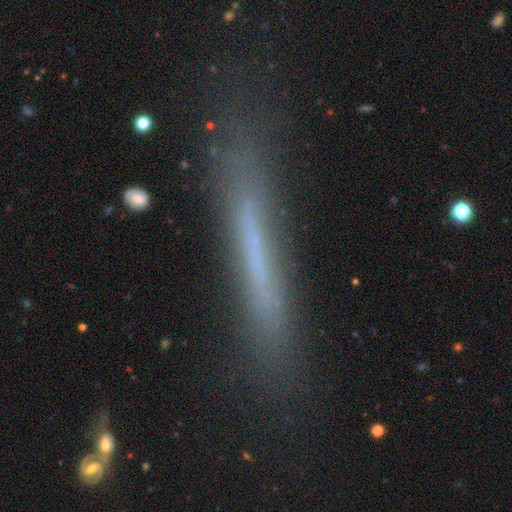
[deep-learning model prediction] This appears to be a smooth galaxy with no disk features (49%). Merging: none (80%).